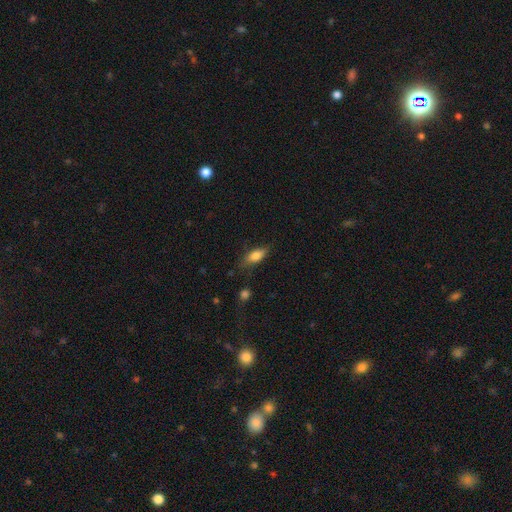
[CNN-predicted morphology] Smooth or featured?
  - smooth: 78% *
  - featured or disk: 14%
  - star or artifact: 8%
How rounded?
  - in between: 77% *
  - cigar-shaped: 20%
  - round: 4%
Merging?
  - none: 71% *
  - minor disturbance: 20%
  - major disturbance: 6%
  - merger: 2%